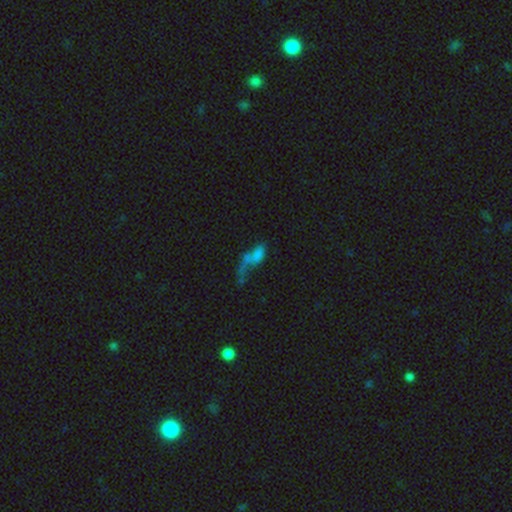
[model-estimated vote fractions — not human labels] smooth-or-featured: smooth: 56% | featured or disk: 28% | star or artifact: 16%
  how-rounded: in between: 78% | cigar-shaped: 14% | round: 8%
  merging: major disturbance: 40% | merger: 33% | none: 16% | minor disturbance: 12%